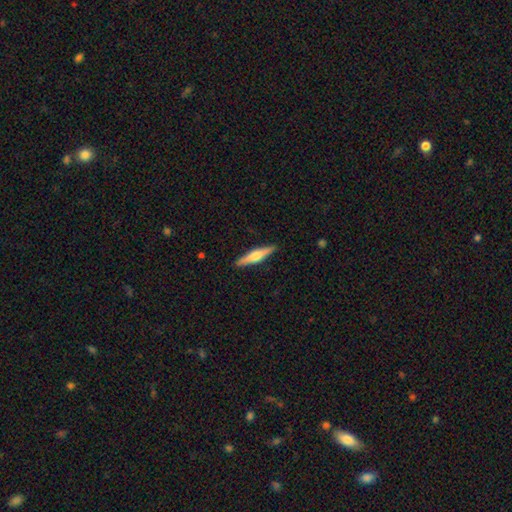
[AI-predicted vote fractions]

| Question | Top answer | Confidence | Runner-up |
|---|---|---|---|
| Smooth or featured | featured or disk | 52% | smooth (43%) |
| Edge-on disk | yes | 97% | no (3%) |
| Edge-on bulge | rounded | 84% | boxy (10%) |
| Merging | none | 91% | minor disturbance (7%) |